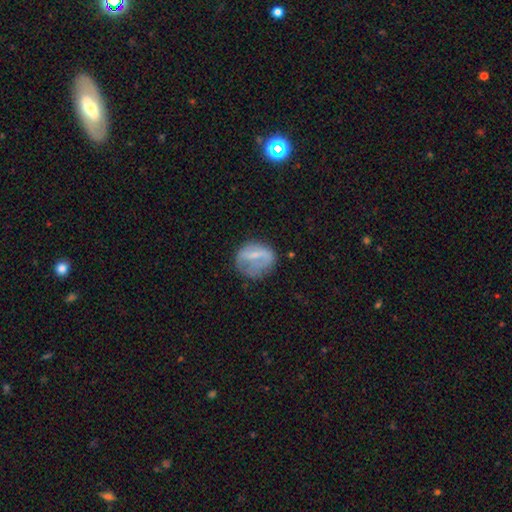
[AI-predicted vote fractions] This appears to be a smooth galaxy with no disk features (50%). Merging: none (49%).